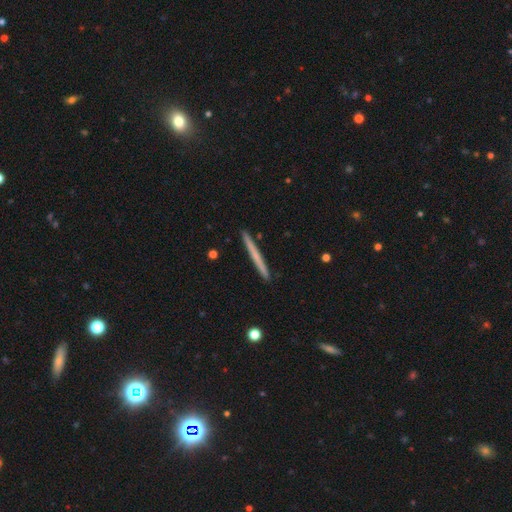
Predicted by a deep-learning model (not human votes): A smooth galaxy with no disk features (55%) that is cigar-shaped (97%). Merging: none (92%).